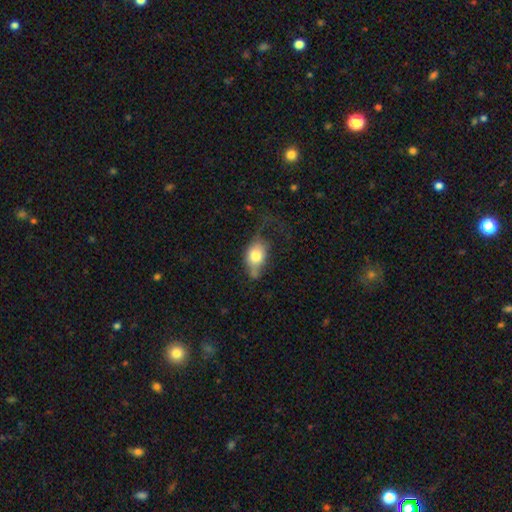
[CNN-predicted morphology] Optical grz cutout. It shows a smooth galaxy with no disk features (72%) that is in between round and cigar-shaped (78%). Merging: major disturbance (33%).